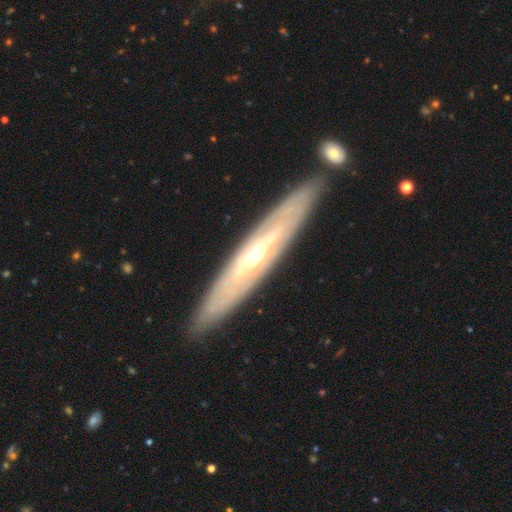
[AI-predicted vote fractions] Smooth or featured? Predicted: featured or disk (p=0.80). Edge-on disk? Predicted: yes (p=0.59). Merging? Predicted: none (p=0.86).